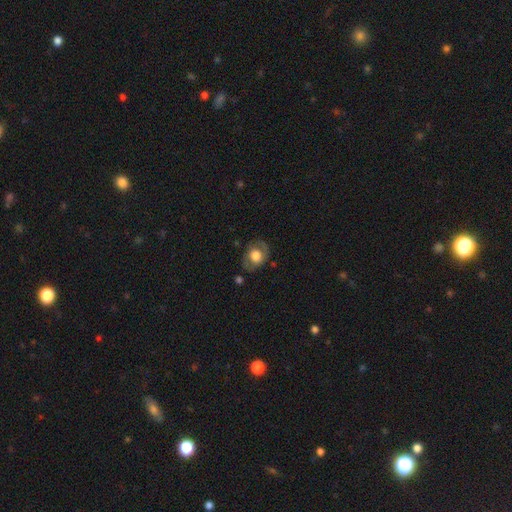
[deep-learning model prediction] Smooth or featured? smooth (55%)
How rounded? in between (56%)
Merging? none (71%)